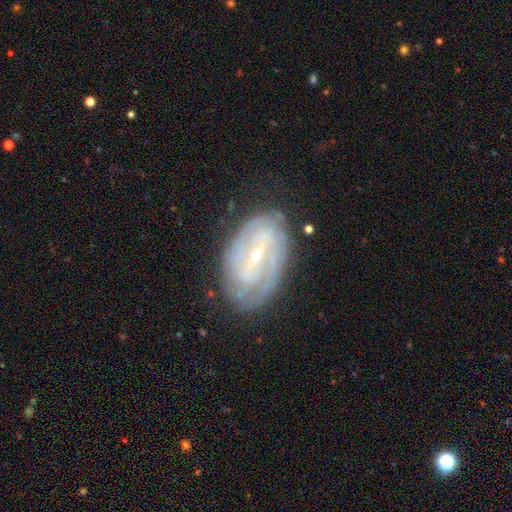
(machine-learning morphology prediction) smooth_or_featured: featured or disk (p=0.87) [alt: smooth p=0.07]
disk_edge_on: no (p=0.96) [alt: yes p=0.04]
bar: strong (p=0.45) [alt: weak p=0.42]
has_spiral_arms: yes (p=0.95) [alt: no p=0.05]
spiral_winding: tight (p=0.66) [alt: medium p=0.28]
spiral_arm_count: 2 (p=0.41) [alt: can't tell p=0.25]
bulge_size: small (p=0.67) [alt: moderate p=0.30]
merging: none (p=0.75) [alt: minor disturbance p=0.18]